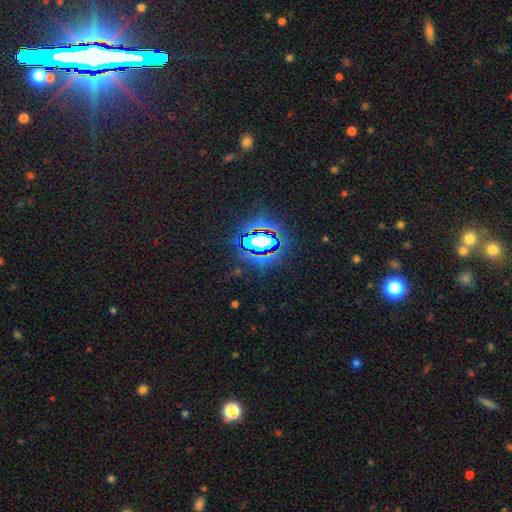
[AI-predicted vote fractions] Morphology: type=star or artifact (80%).